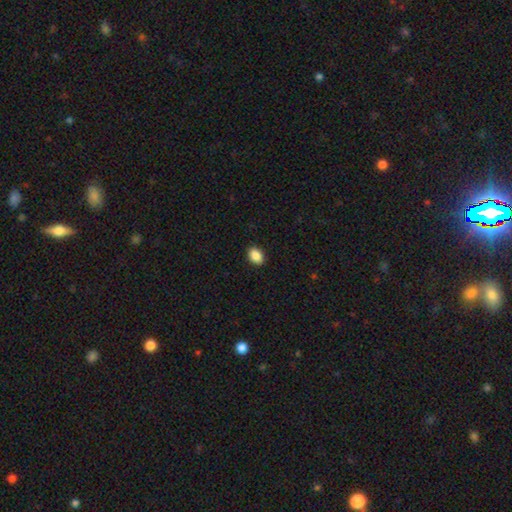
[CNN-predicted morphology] Overall: smooth (89%). How rounded: in between (81%). Merging: none (91%).